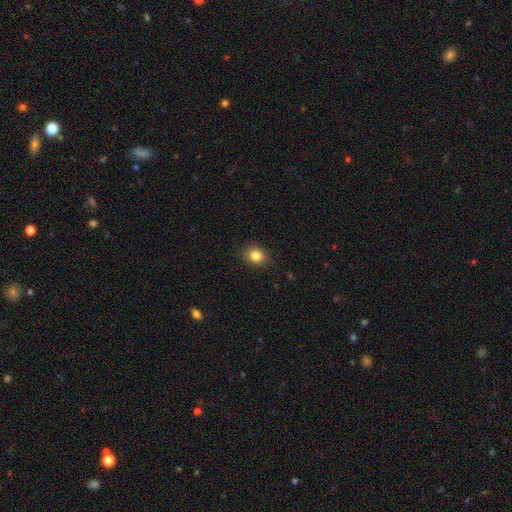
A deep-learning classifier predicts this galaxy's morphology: A smooth galaxy with no disk features (84%) that is round (70%). Merging: none (88%).